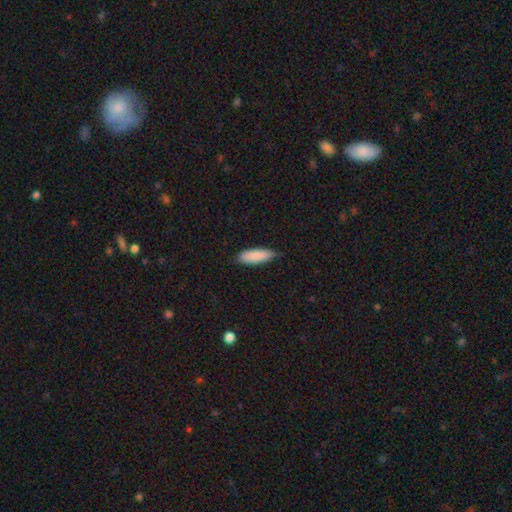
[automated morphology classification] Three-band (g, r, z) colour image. It shows a smooth galaxy with no disk features (88%) that is in between round and cigar-shaped (58%). Merging: none (77%).